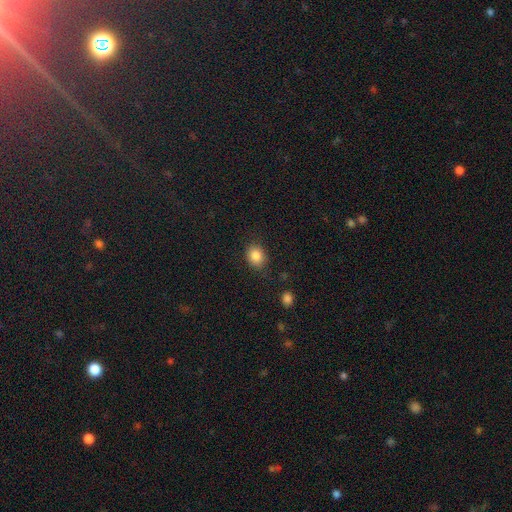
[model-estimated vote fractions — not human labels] smooth_or_featured: smooth (p=0.86) [alt: star or artifact p=0.09]
how_rounded: round (p=0.55) [alt: in between p=0.44]
merging: none (p=0.83) [alt: minor disturbance p=0.12]